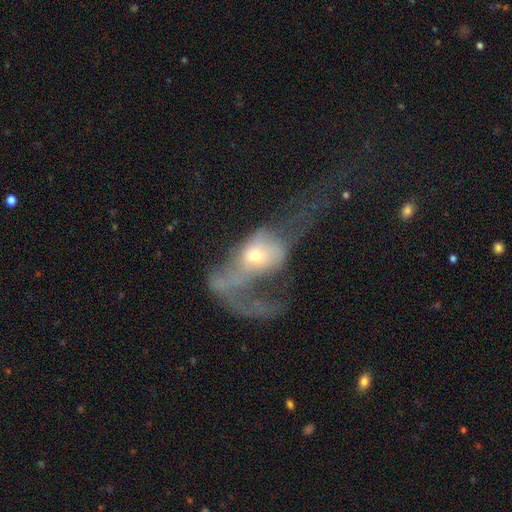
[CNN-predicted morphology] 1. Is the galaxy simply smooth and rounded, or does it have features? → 51% featured or disk, 40% smooth, 10% star or artifact.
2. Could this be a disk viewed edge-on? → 91% no, 9% yes.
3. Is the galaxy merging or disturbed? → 72% major disturbance, 12% merger, 9% none, 7% minor disturbance.